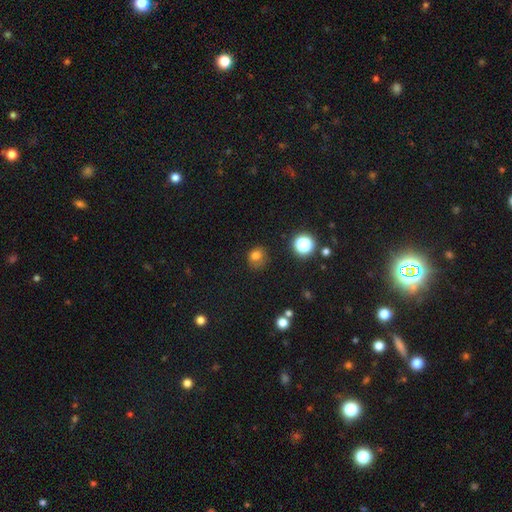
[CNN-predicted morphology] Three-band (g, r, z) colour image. It shows a smooth galaxy with no disk features (76%) that is round (69%). Merging: none (64%).